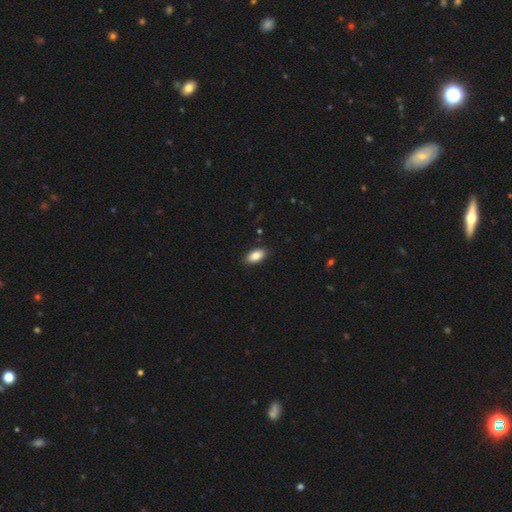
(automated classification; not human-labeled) smooth_or_featured: smooth (p=0.86) [alt: featured or disk p=0.07]
how_rounded: in between (p=0.93) [alt: cigar-shaped p=0.04]
merging: none (p=0.88) [alt: minor disturbance p=0.09]